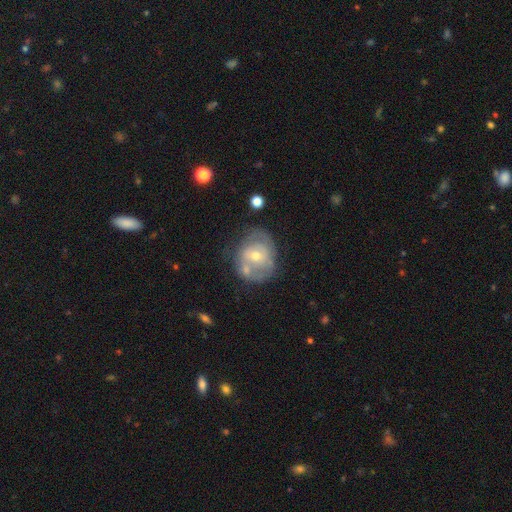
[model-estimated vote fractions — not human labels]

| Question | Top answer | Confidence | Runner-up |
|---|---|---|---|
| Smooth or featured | featured or disk | 63% | smooth (30%) |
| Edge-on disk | no | 97% | yes (3%) |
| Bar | no | 65% | weak (28%) |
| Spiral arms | yes | 59% | no (41%) |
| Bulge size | moderate | 55% | small (41%) |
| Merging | none | 49% | minor disturbance (23%) |